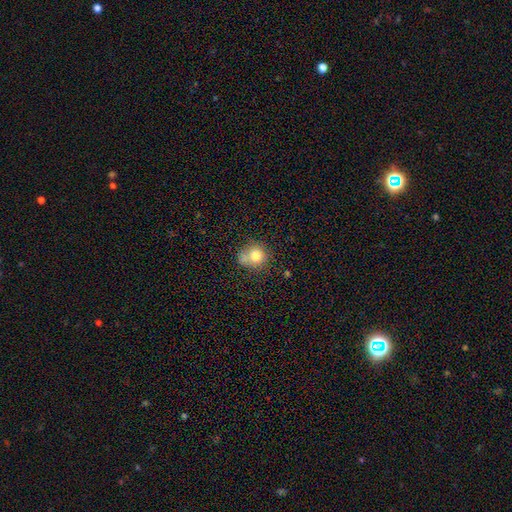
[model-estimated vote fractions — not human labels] Smooth or featured? smooth (77%)
How rounded? round (82%)
Merging? none (54%)